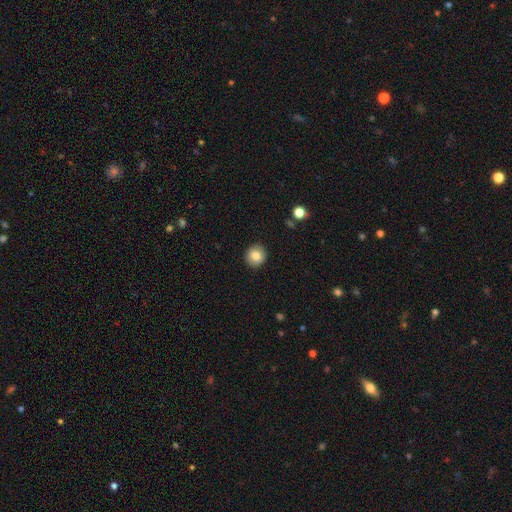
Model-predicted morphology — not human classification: This is clearly a smooth galaxy (83%). How rounded: clearly round (90%). Merging: clearly none (91%).